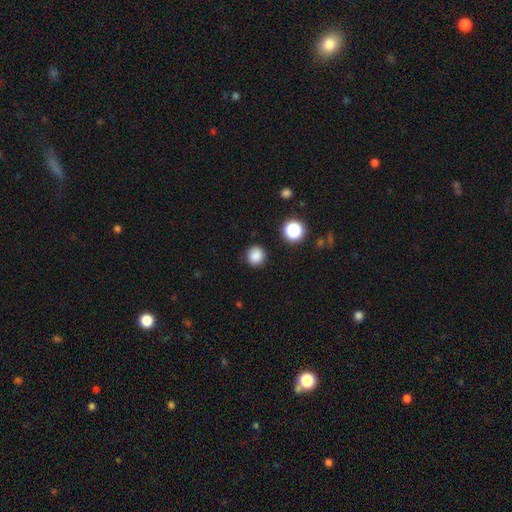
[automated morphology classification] A smooth galaxy with no disk features (85%) that is round (90%). Merging: none (89%).